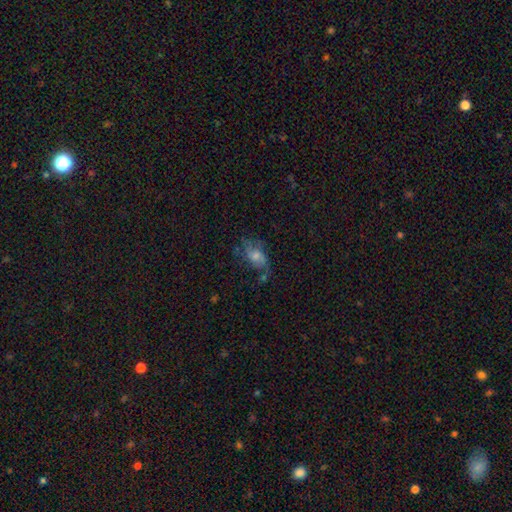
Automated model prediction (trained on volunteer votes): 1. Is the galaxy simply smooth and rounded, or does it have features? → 54% featured or disk, 32% smooth, 15% star or artifact.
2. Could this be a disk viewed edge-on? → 93% no, 7% yes.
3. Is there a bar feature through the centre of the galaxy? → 66% no, 28% weak, 6% strong.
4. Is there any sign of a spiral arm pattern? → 77% yes, 23% no.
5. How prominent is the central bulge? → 47% moderate, 32% small, 11% large, 9% none, 2% dominant.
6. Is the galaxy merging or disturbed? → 53% none, 23% minor disturbance, 19% major disturbance, 5% merger.